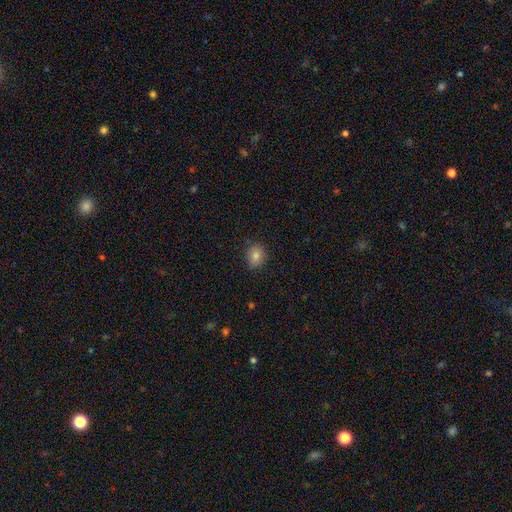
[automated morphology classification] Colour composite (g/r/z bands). It shows a smooth galaxy with no disk features (82%) that is round (64%). Merging: none (86%).